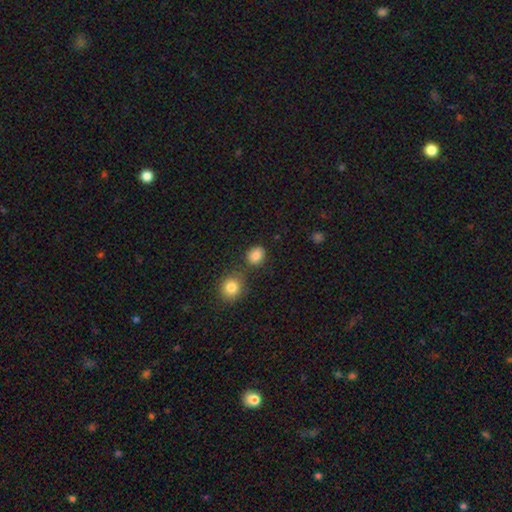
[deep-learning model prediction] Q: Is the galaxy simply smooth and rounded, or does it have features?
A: smooth — 85%.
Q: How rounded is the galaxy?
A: round — 63%.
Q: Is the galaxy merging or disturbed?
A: none — 73%.